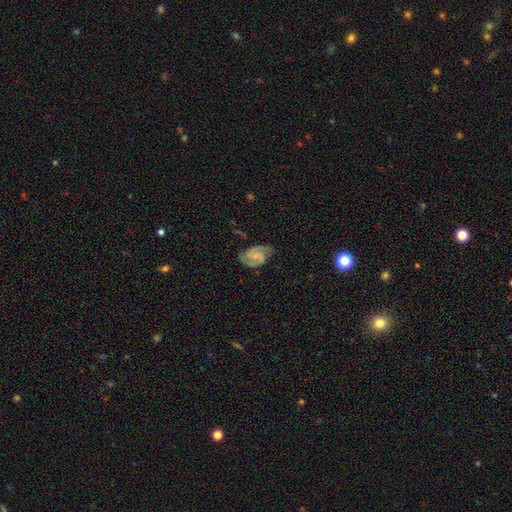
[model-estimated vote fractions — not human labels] Smooth or featured? Predicted: featured or disk (p=0.81). Edge-on disk? Predicted: no (p=0.98). Bar? Predicted: no (p=0.46). Spiral arms? Predicted: yes (p=0.96). Spiral winding? Predicted: medium (p=0.50). Spiral arm count? Predicted: 2 (p=0.89). Bulge size? Predicted: small (p=0.49). Merging? Predicted: none (p=0.70).